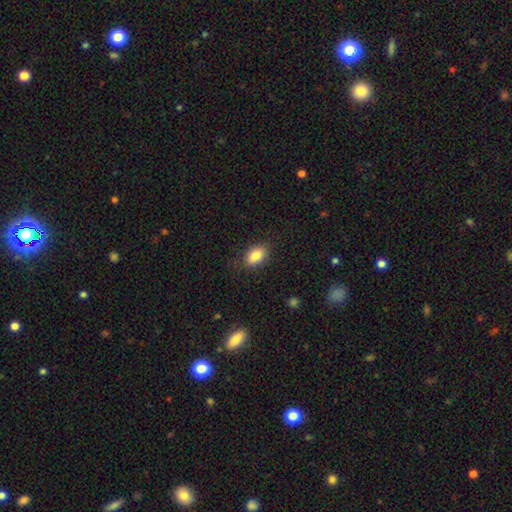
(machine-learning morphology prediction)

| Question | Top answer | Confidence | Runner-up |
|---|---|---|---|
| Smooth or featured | smooth | 83% | star or artifact (8%) |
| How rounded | in between | 84% | round (14%) |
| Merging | none | 81% | minor disturbance (14%) |